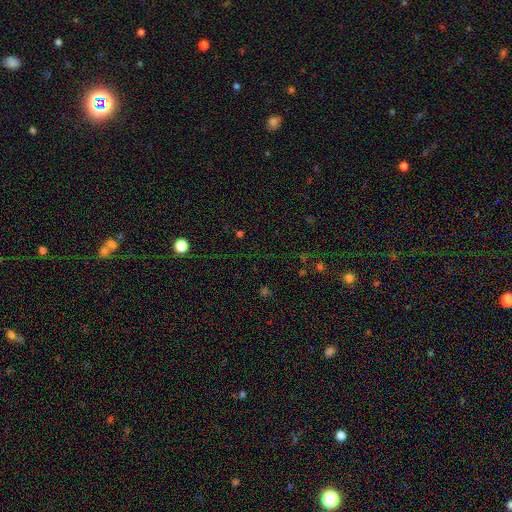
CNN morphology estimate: smooth_or_featured: star or artifact (p=0.66) [alt: smooth p=0.22]